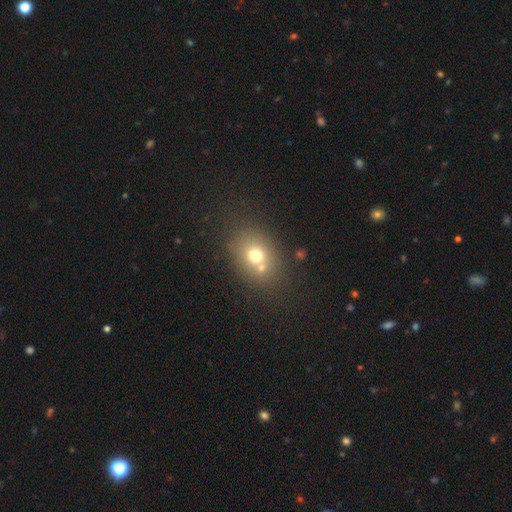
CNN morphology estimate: This appears to be a smooth galaxy with no disk features (67%) that is round (55%). Merging: none (55%).